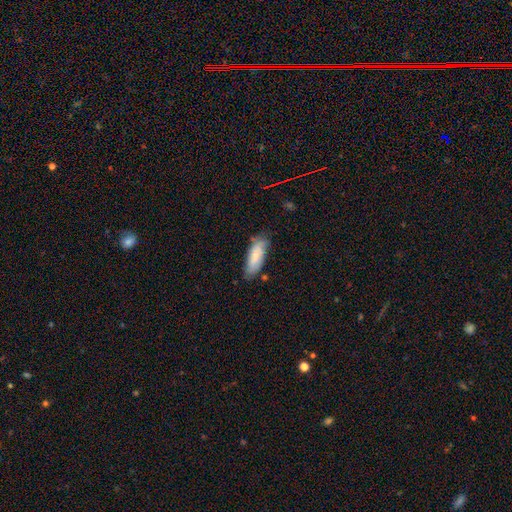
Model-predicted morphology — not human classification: A smooth galaxy with no disk features (71%) that is in between round and cigar-shaped (70%).

Vote fractions:
- Smooth or featured? smooth: 71% / featured or disk: 22% / star or artifact: 6%
- How rounded? in between: 70% / cigar-shaped: 28% / round: 2%
- Merging? none: 66% / minor disturbance: 26% / major disturbance: 5% / merger: 3%